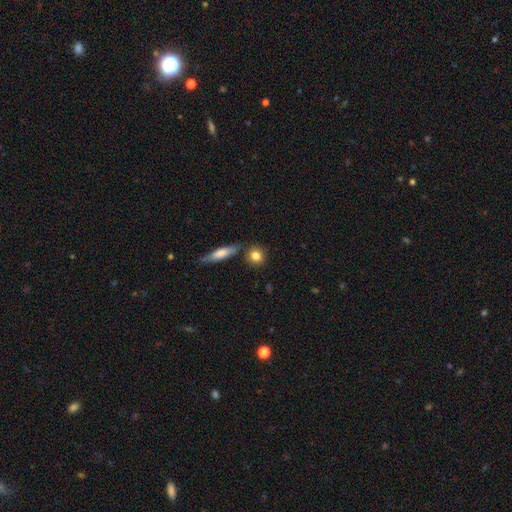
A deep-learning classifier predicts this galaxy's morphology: smooth-or-featured: smooth: 82% | featured or disk: 9% | star or artifact: 8%
  how-rounded: round: 72% | in between: 22% | cigar-shaped: 6%
  merging: none: 78% | minor disturbance: 10% | merger: 9% | major disturbance: 3%